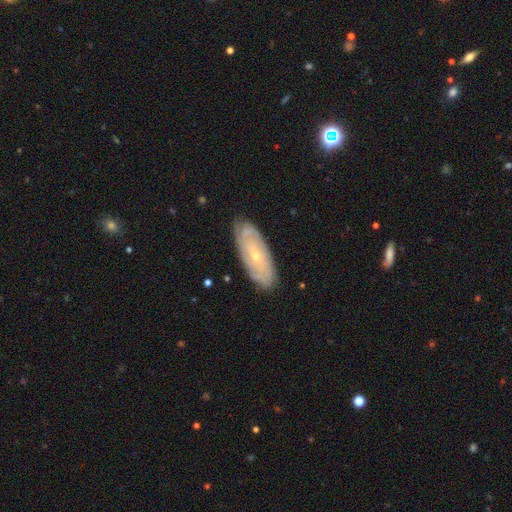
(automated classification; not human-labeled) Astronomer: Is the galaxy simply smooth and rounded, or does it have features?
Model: featured or disk — 74%.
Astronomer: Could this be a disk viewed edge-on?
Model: no — 88%.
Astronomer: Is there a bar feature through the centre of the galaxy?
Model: no — 70%.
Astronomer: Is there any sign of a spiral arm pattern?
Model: yes — 87%.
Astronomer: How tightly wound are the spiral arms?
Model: tight — 75%.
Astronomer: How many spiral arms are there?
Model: can't tell — 53%.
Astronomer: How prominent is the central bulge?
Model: small — 76%.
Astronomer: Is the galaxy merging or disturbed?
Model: none — 84%.